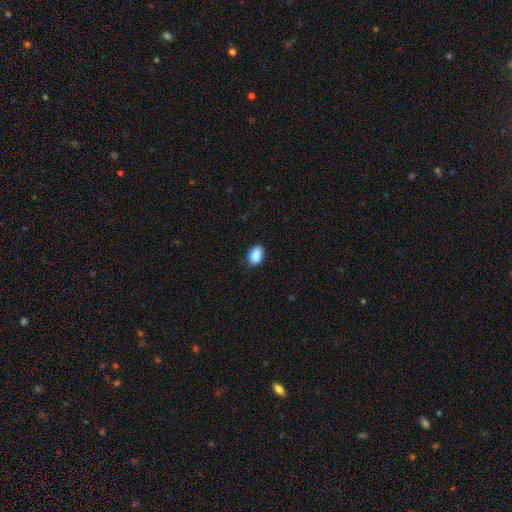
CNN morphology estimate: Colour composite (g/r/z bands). It shows a smooth galaxy with no disk features (88%) that is in between round and cigar-shaped (83%). Merging: none (83%).